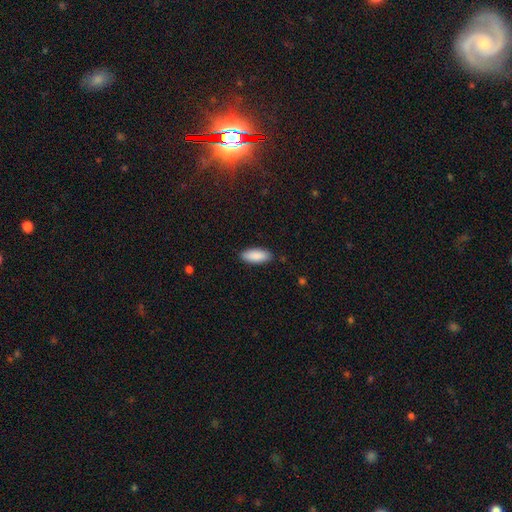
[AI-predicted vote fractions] smooth 90%, star or artifact 6%, featured or disk 4%. Down the decision tree: how rounded — in between (81%); merging — none (88%).